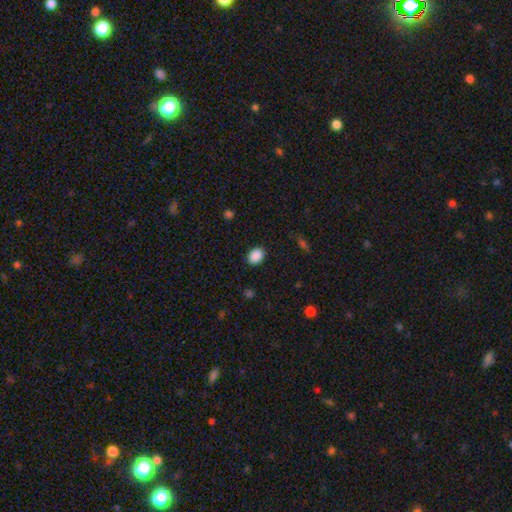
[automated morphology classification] smooth 89%, star or artifact 8%, featured or disk 3%. Down the decision tree: how rounded — in between (68%); merging — none (89%).